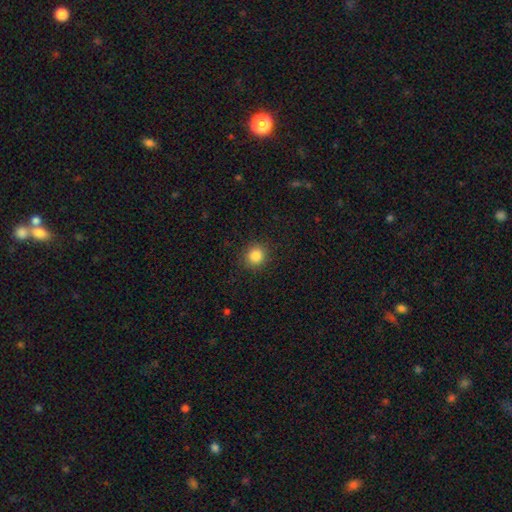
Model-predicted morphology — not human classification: Q: Smooth or featured?
A: smooth (85%); runner-up: star or artifact (11%)
Q: How rounded?
A: round (90%); runner-up: in between (9%)
Q: Merging?
A: none (90%); runner-up: minor disturbance (7%)